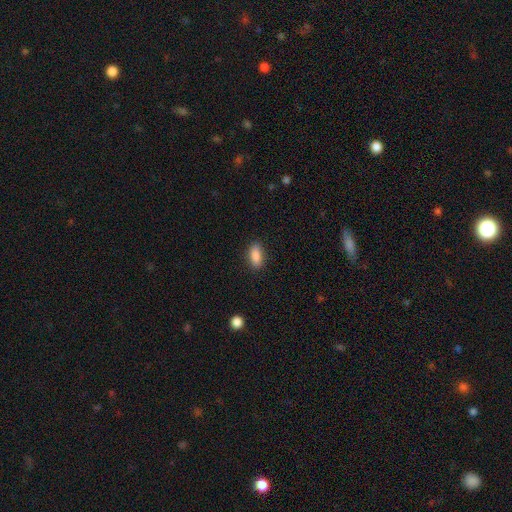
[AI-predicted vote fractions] smooth 87%, star or artifact 8%, featured or disk 5%. Down the decision tree: how rounded — in between (86%); merging — none (87%).